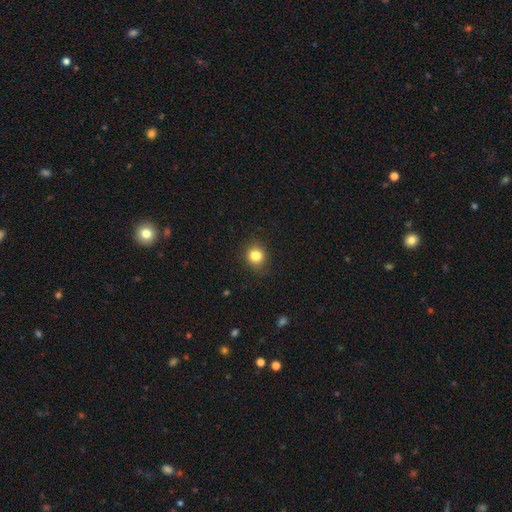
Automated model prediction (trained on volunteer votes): Overall: smooth (83%). How rounded: round (84%). Merging: none (88%).